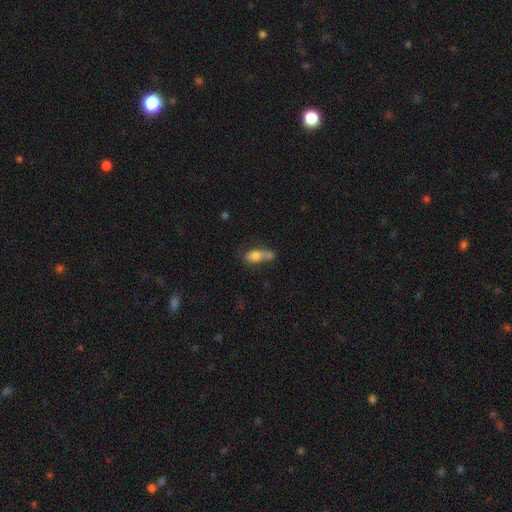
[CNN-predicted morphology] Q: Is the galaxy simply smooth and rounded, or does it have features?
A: smooth — 72%.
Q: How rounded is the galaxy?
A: in between — 72%.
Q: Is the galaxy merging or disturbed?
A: merger — 50%.